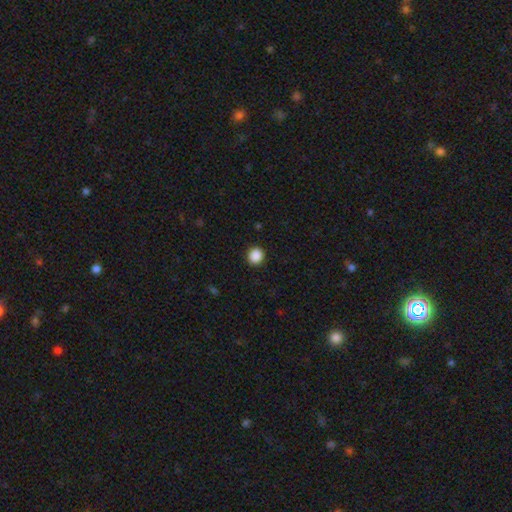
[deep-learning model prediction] smooth-or-featured: smooth: 89% | star or artifact: 9% | featured or disk: 2%
  how-rounded: round: 88% | in between: 11% | cigar-shaped: 1%
  merging: none: 92% | minor disturbance: 5% | major disturbance: 2% | merger: 1%